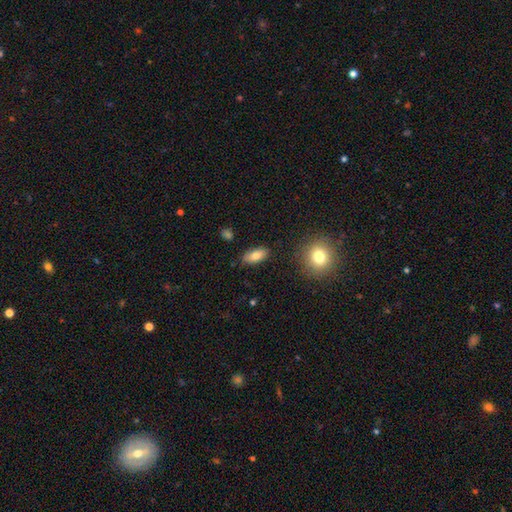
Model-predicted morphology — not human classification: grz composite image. It shows a smooth galaxy with no disk features (78%) that is in between round and cigar-shaped (88%). Merging: none (84%).